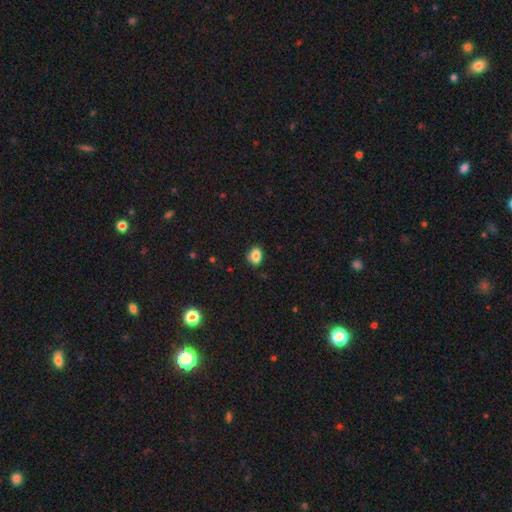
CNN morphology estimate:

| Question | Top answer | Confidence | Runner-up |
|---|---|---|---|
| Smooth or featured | smooth | 86% | star or artifact (10%) |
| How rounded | in between | 65% | round (34%) |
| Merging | none | 80% | minor disturbance (16%) |